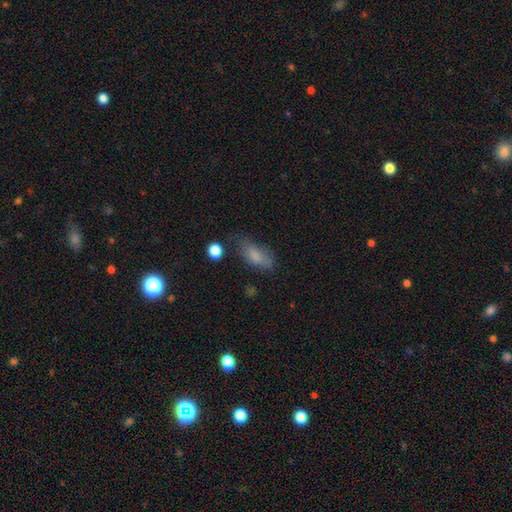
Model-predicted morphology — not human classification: Smooth or featured: smooth — 76% (featured or disk — 14%)
How rounded: in between — 80% (cigar-shaped — 16%)
Merging: none — 53% (minor disturbance — 30%)